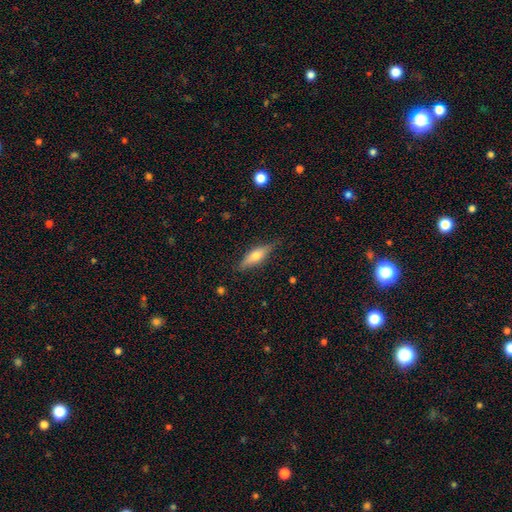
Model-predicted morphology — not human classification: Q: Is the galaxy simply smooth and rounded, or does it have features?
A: smooth — 51%.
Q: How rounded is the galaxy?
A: cigar-shaped — 58%.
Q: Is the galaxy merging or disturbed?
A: none — 82%.